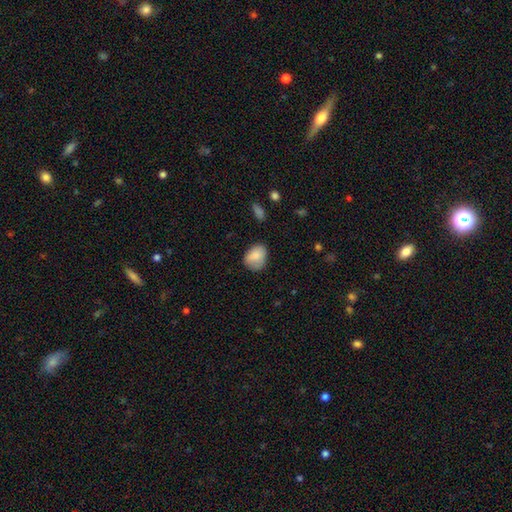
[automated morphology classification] Smooth or featured? Predicted: smooth (p=0.85). How rounded? Predicted: in between (p=0.66). Merging? Predicted: none (p=0.64).